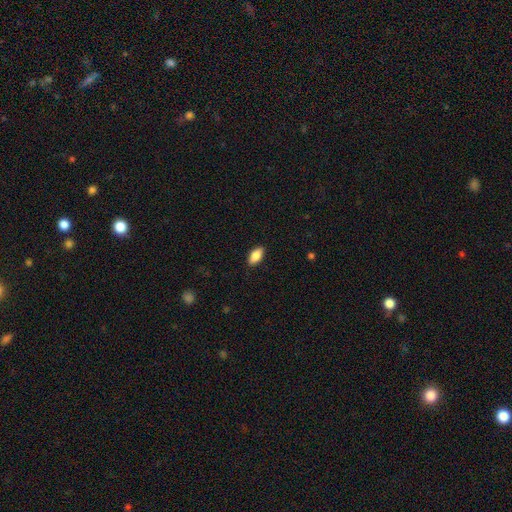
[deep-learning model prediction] A smooth galaxy with no disk features (83%) that is in between round and cigar-shaped (90%).

Vote fractions:
- Smooth or featured? smooth: 83% / featured or disk: 11% / star or artifact: 7%
- How rounded? in between: 90% / cigar-shaped: 7% / round: 3%
- Merging? none: 88% / minor disturbance: 9% / major disturbance: 2% / merger: 1%